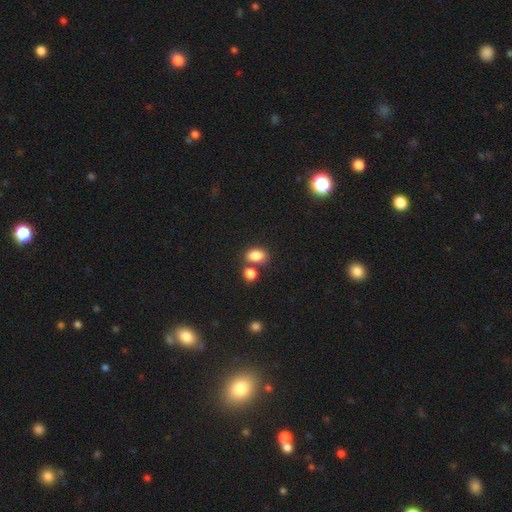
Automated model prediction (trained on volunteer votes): Smooth or featured? smooth (84%)
How rounded? in between (74%)
Merging? none (58%)